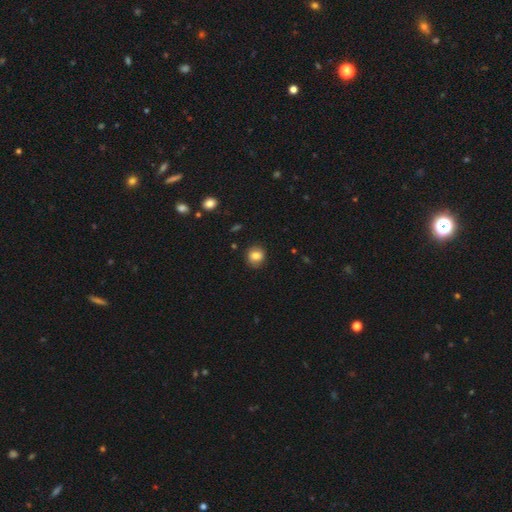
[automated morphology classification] Q: Smooth or featured?
A: smooth (81%); runner-up: featured or disk (10%)
Q: How rounded?
A: round (78%); runner-up: in between (21%)
Q: Merging?
A: none (84%); runner-up: minor disturbance (12%)